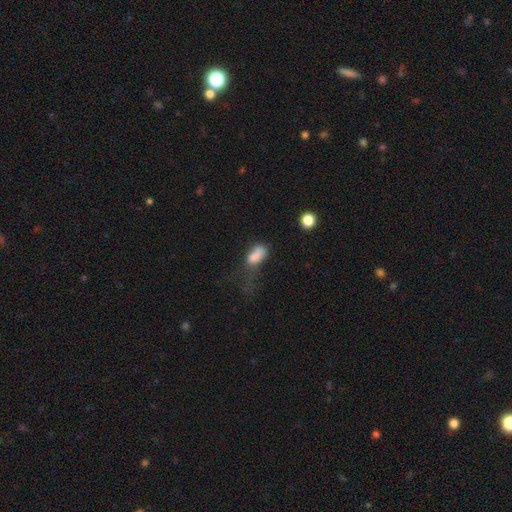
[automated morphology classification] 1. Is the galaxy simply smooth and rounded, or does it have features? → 75% smooth, 14% featured or disk, 11% star or artifact.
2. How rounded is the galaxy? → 84% in between, 8% round, 8% cigar-shaped.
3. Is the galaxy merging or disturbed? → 45% major disturbance, 24% minor disturbance, 21% none, 9% merger.